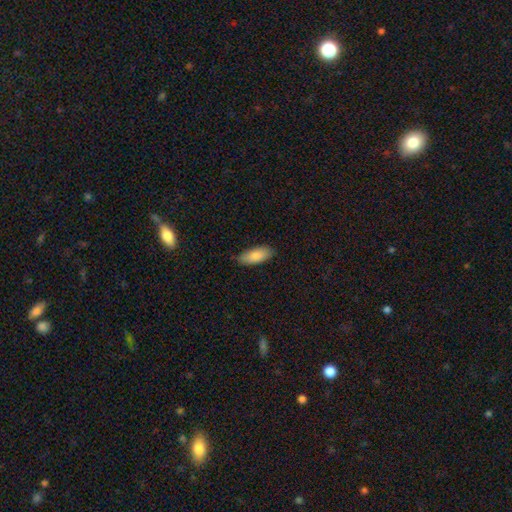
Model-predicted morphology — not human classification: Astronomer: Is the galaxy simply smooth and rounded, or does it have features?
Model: smooth — 86%.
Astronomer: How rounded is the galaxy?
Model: in between — 81%.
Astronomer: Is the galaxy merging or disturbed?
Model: none — 80%.